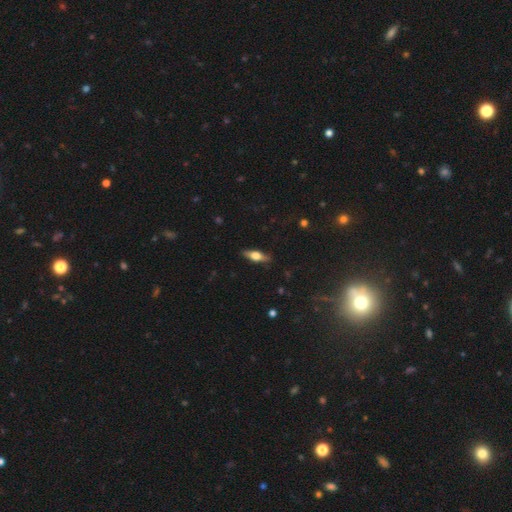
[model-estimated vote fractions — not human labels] Q: Smooth or featured?
A: featured or disk (48%); runner-up: smooth (45%)
Q: Merging?
A: none (86%); runner-up: minor disturbance (10%)